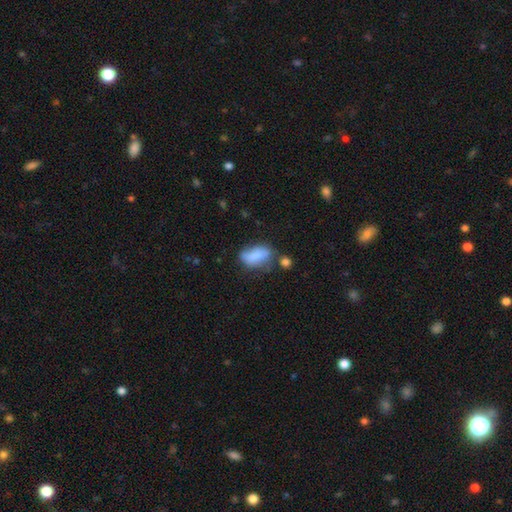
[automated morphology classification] Smooth or featured? Predicted: smooth (p=0.75). How rounded? Predicted: in between (p=0.87). Merging? Predicted: none (p=0.46).